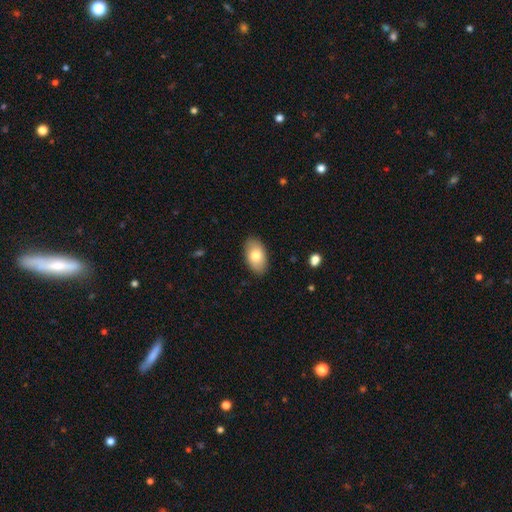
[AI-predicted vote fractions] The model was most divided on "smooth or featured": smooth: 78%, featured or disk: 16%, star or artifact: 6%. More confident: how rounded — in between (94%); merging — none (87%).